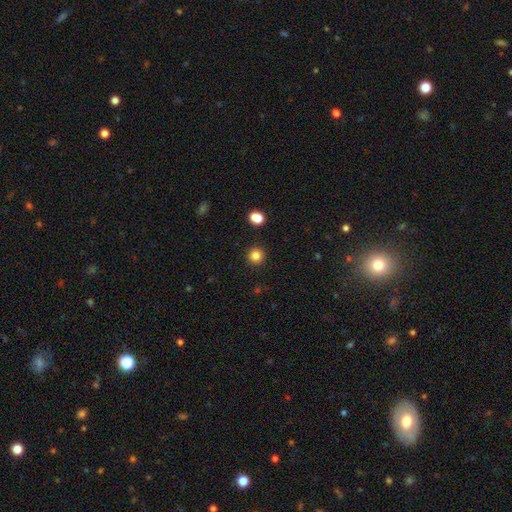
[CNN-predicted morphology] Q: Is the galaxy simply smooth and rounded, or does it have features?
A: smooth — 83%.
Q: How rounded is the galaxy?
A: round — 95%.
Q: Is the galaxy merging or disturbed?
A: none — 92%.